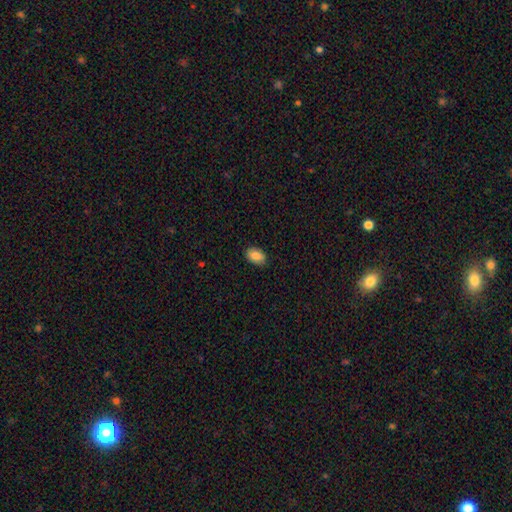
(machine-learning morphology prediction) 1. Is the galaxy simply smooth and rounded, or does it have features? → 86% smooth, 8% star or artifact, 6% featured or disk.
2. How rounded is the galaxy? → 88% in between, 10% round, 1% cigar-shaped.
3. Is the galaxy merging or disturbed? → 87% none, 10% minor disturbance, 2% major disturbance, 1% merger.